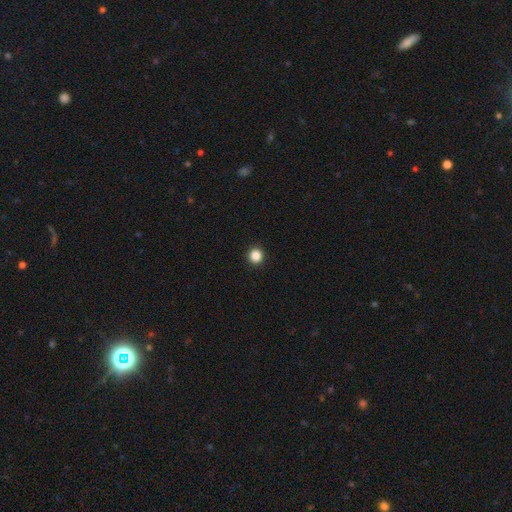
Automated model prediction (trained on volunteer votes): smooth 86%, star or artifact 11%, featured or disk 3%. Down the decision tree: how rounded — round (96%); merging — none (94%).